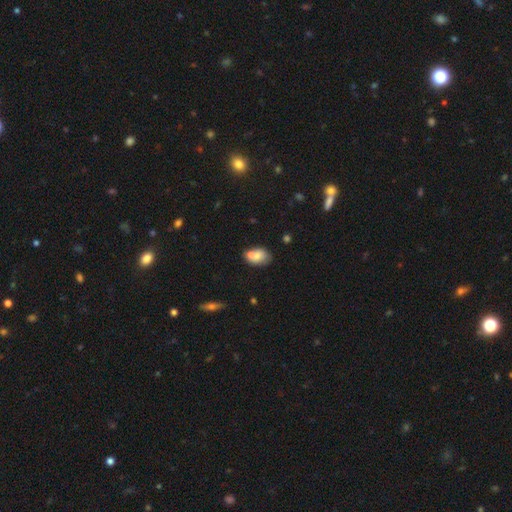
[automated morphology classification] A smooth galaxy with no disk features (70%) that is in between round and cigar-shaped (77%).

Vote fractions:
- Smooth or featured? smooth: 70% / featured or disk: 21% / star or artifact: 9%
- How rounded? in between: 77% / round: 21% / cigar-shaped: 2%
- Merging? none: 43% / merger: 37% / minor disturbance: 15% / major disturbance: 4%